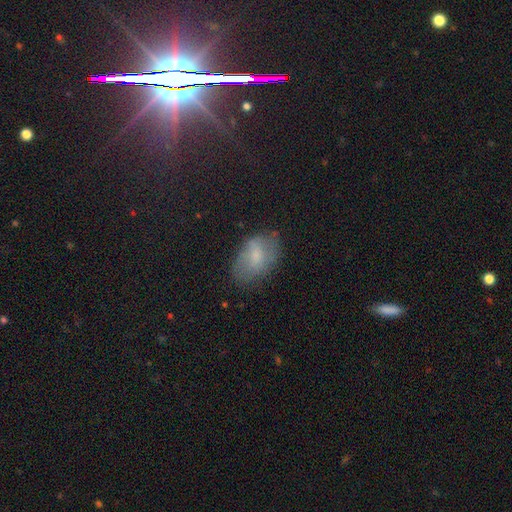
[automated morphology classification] Smooth or featured?
  - smooth: 65% *
  - featured or disk: 25%
  - star or artifact: 10%
How rounded?
  - in between: 89% *
  - round: 9%
  - cigar-shaped: 2%
Merging?
  - none: 63% *
  - minor disturbance: 25%
  - major disturbance: 10%
  - merger: 2%